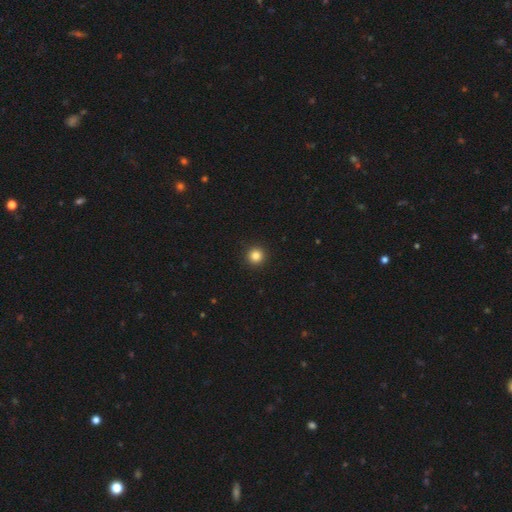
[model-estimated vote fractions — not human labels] smooth-or-featured: smooth: 85% | star or artifact: 11% | featured or disk: 4%
  how-rounded: round: 96% | in between: 3% | cigar-shaped: 1%
  merging: none: 94% | minor disturbance: 4% | major disturbance: 1% | merger: 1%